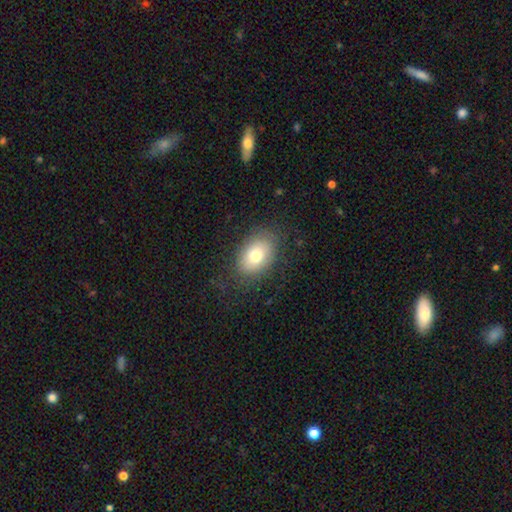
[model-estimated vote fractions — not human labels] Morphology: type=smooth (74%); roundness=in between (81%); merging=none (80%).